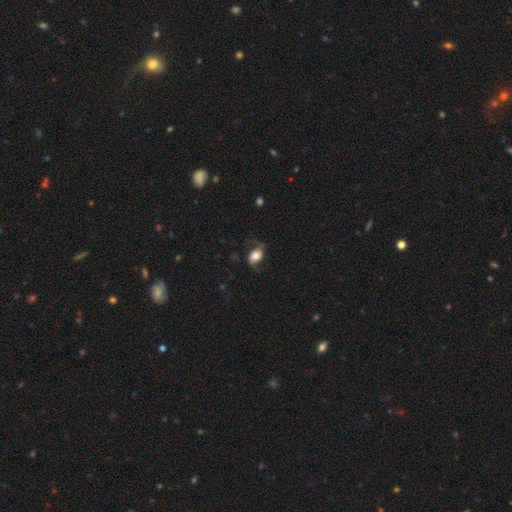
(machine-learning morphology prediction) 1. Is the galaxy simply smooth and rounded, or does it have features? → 60% smooth, 32% featured or disk, 8% star or artifact.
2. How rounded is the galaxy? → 73% in between, 25% round, 2% cigar-shaped.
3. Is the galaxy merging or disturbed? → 62% none, 22% minor disturbance, 15% major disturbance, 2% merger.